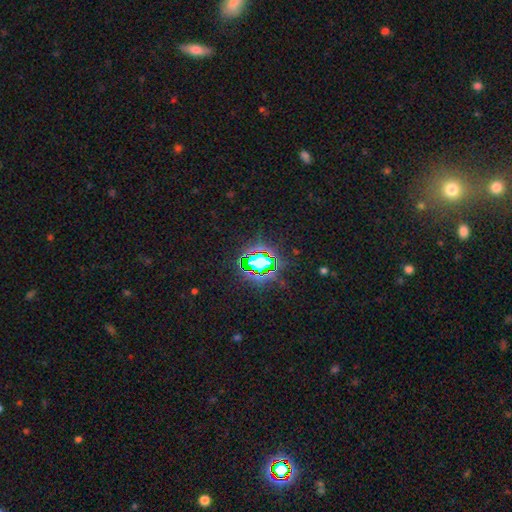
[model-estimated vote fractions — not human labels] The model was most divided on "smooth or featured": star or artifact: 74%, smooth: 16%, featured or disk: 10%.